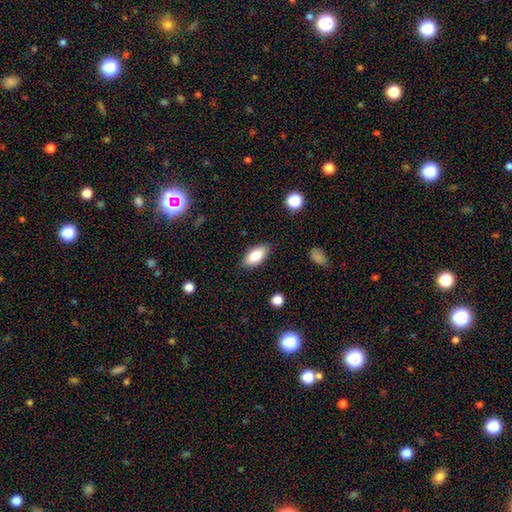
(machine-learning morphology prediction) Smooth or featured? smooth (84%)
How rounded? in between (91%)
Merging? none (85%)